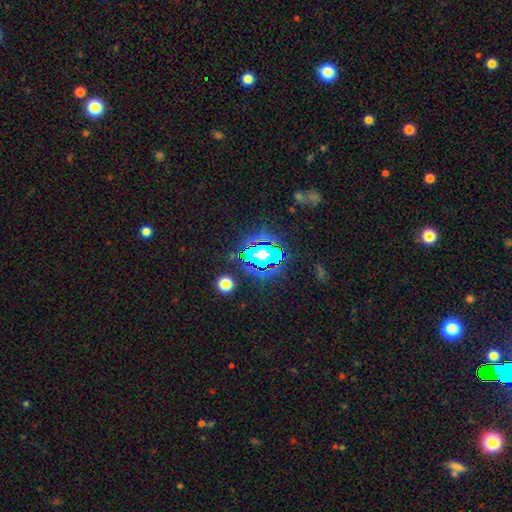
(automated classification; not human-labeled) This is likely a star or artifact rather than a galaxy (79%).